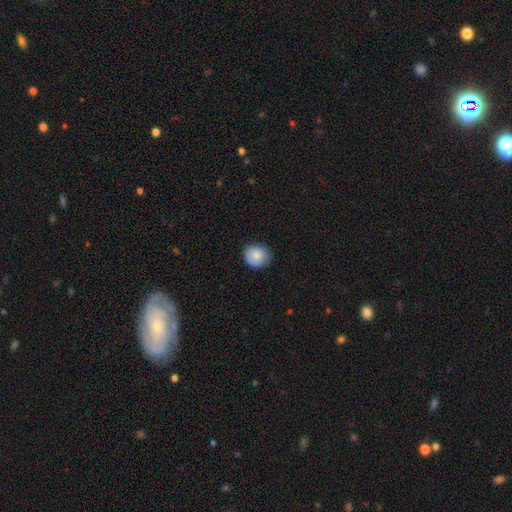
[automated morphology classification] The model was most divided on "how rounded": round: 77%, in between: 22%, cigar-shaped: 1%. More confident: smooth or featured — smooth (85%); merging — none (76%).